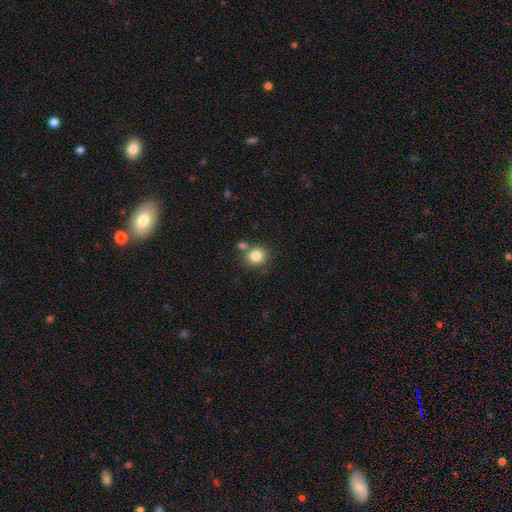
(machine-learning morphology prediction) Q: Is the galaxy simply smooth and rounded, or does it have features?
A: smooth — 82%.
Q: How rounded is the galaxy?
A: round — 88%.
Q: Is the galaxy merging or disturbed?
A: none — 69%.